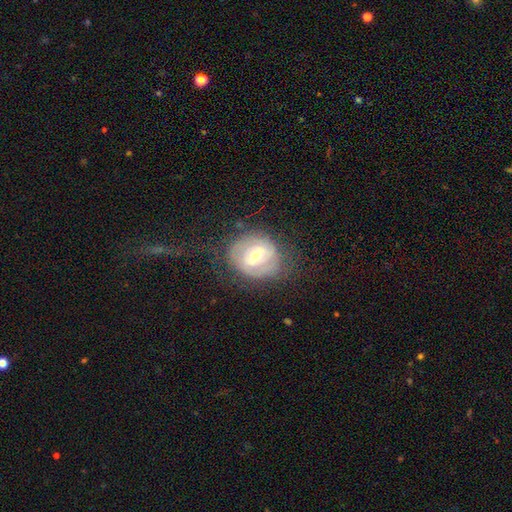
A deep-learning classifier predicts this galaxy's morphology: This appears to be a featured or disk galaxy (68%) with a weak bar (47%), spiral arms (63%) and a moderate central bulge (58%). Merging: none (67%).